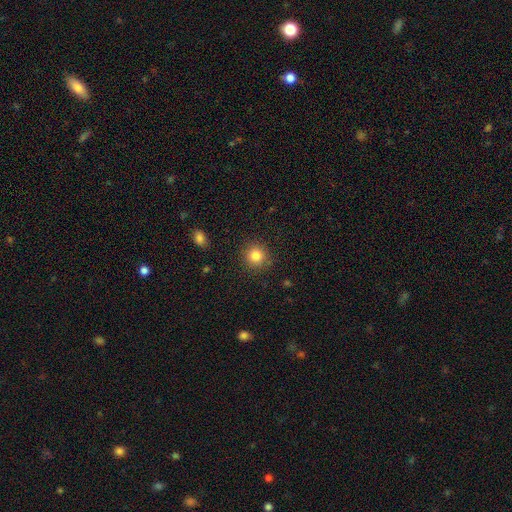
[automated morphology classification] A smooth galaxy with no disk features (83%) that is round (92%). Merging: none (90%).